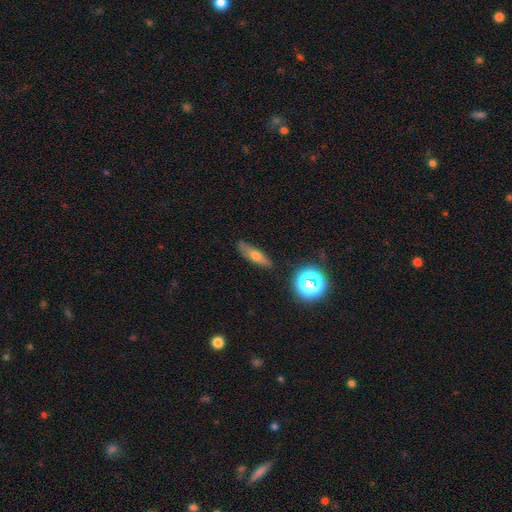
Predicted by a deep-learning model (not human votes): smooth_or_featured: smooth (p=0.58) [alt: featured or disk p=0.29]
how_rounded: cigar-shaped (p=0.55) [alt: in between p=0.37]
merging: none (p=0.83) [alt: minor disturbance p=0.12]